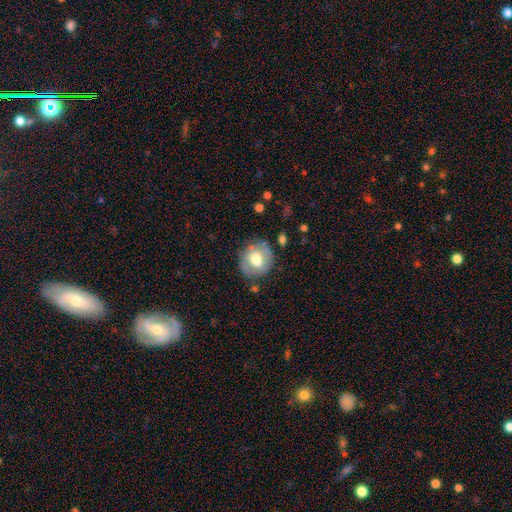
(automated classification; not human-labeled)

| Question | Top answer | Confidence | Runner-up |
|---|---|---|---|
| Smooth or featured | smooth | 42% | featured or disk (40%) |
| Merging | none | 82% | minor disturbance (11%) |